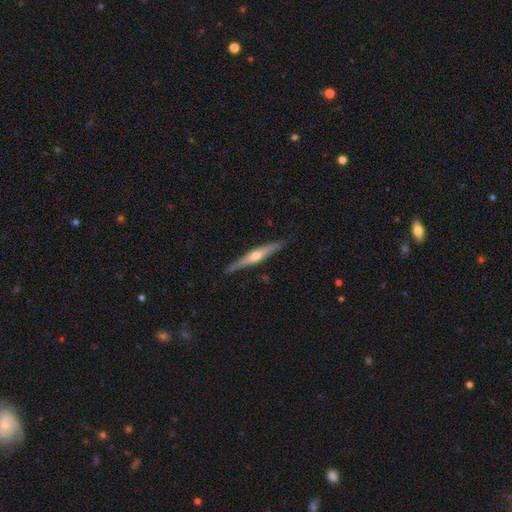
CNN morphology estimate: Smooth or featured? Predicted: featured or disk (p=0.65). Edge-on disk? Predicted: yes (p=0.96). Edge-on bulge? Predicted: rounded (p=0.88). Merging? Predicted: none (p=0.86).